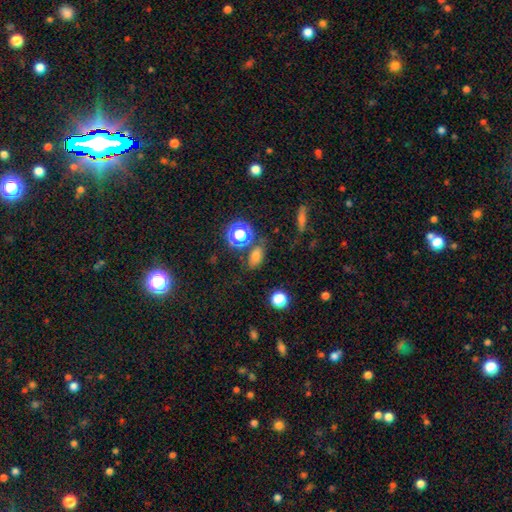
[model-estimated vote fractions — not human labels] Morphology: type=smooth (69%); roundness=in between (71%); merging=none (75%).